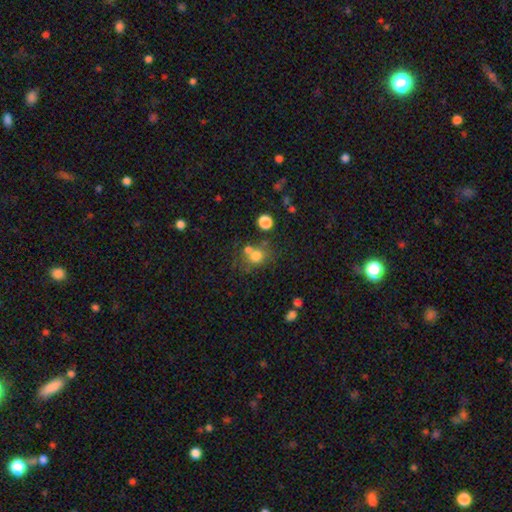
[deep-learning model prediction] Smooth or featured: smooth — 74% (star or artifact — 15%)
How rounded: round — 78% (in between — 21%)
Merging: none — 54% (merger — 28%)